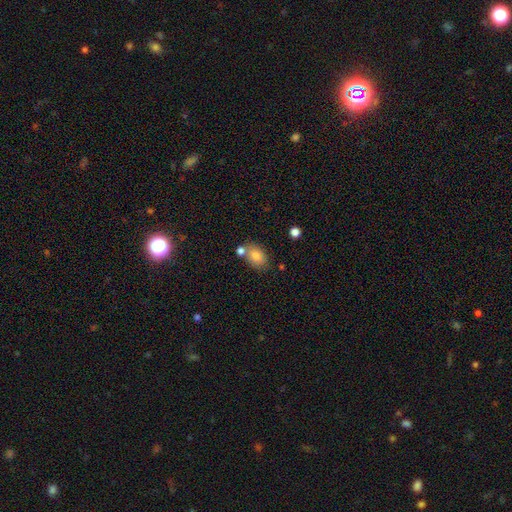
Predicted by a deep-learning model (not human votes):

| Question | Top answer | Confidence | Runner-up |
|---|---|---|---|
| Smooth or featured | smooth | 83% | featured or disk (9%) |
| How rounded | in between | 82% | round (17%) |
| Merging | none | 63% | merger (17%) |